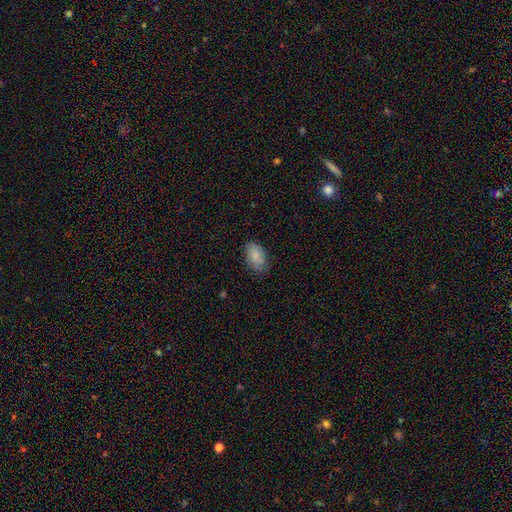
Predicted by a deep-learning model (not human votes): Smooth or featured: smooth — 83% (featured or disk — 11%)
How rounded: in between — 92% (round — 7%)
Merging: none — 75% (minor disturbance — 20%)